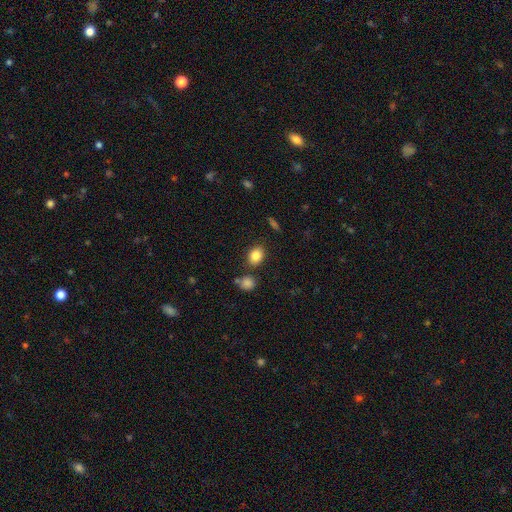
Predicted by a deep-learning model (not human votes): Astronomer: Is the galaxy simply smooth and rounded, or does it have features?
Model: smooth — 85%.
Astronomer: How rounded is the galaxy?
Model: in between — 62% (runner-up: round, 37%).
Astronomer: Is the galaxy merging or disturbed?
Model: none — 79%.